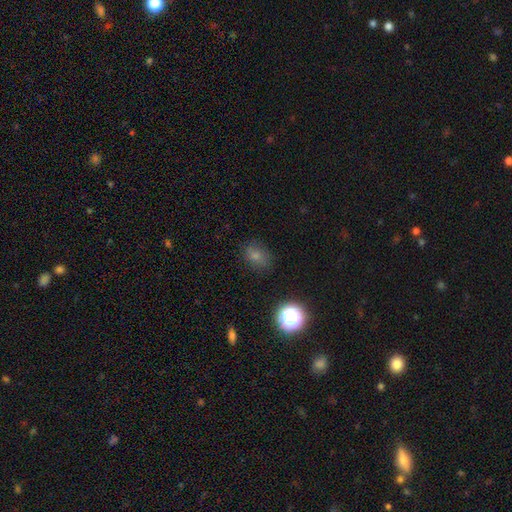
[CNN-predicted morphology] The model was most divided on "how rounded": in between: 51%, round: 48%, cigar-shaped: 1%. More confident: merging — none (83%); smooth or featured — smooth (67%).